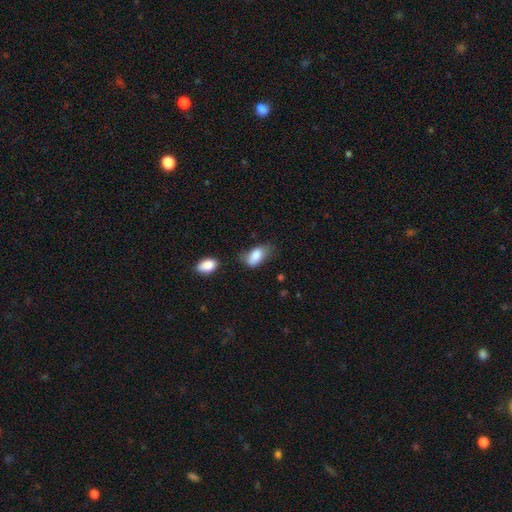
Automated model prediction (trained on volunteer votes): smooth_or_featured: smooth (p=0.84) [alt: featured or disk p=0.09]
how_rounded: in between (p=0.92) [alt: round p=0.05]
merging: none (p=0.45) [alt: minor disturbance p=0.35]